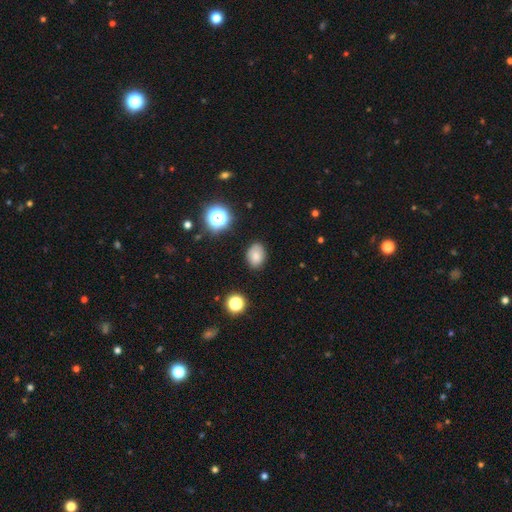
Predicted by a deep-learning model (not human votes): Overall: smooth (80%). How rounded: in between (67%; round 32%). Merging: none (82%).